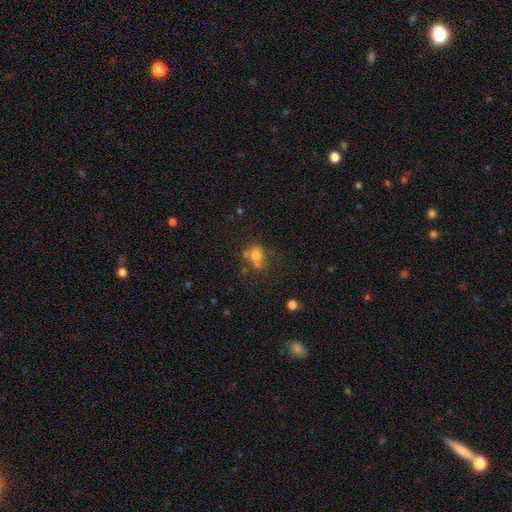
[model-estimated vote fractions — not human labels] Q: Smooth or featured?
A: smooth (70%); runner-up: featured or disk (15%)
Q: How rounded?
A: round (56%); runner-up: in between (43%)
Q: Merging?
A: none (43%); runner-up: merger (30%)